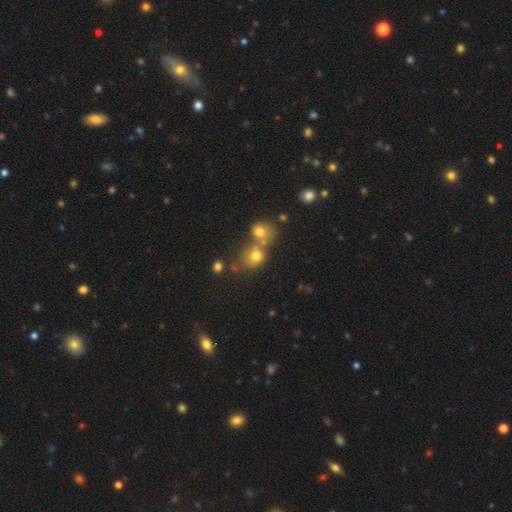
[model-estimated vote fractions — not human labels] Smooth or featured? Predicted: smooth (p=0.71). How rounded? Predicted: round (p=0.73). Merging? Predicted: merger (p=0.44).